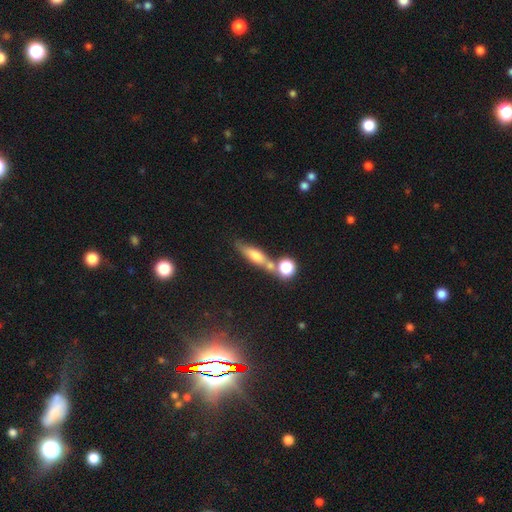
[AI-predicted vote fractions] Smooth or featured?
  - smooth: 61% *
  - featured or disk: 28%
  - star or artifact: 11%
How rounded?
  - cigar-shaped: 53% *
  - in between: 37%
  - round: 10%
Merging?
  - none: 53% *
  - merger: 28%
  - minor disturbance: 14%
  - major disturbance: 6%